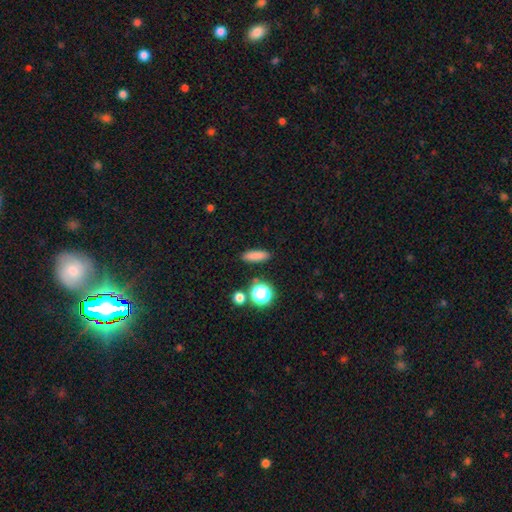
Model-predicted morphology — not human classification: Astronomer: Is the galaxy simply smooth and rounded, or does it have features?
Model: smooth — 81%.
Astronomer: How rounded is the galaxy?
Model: cigar-shaped — 52% (runner-up: in between, 39%).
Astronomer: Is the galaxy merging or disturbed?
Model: none — 88%.